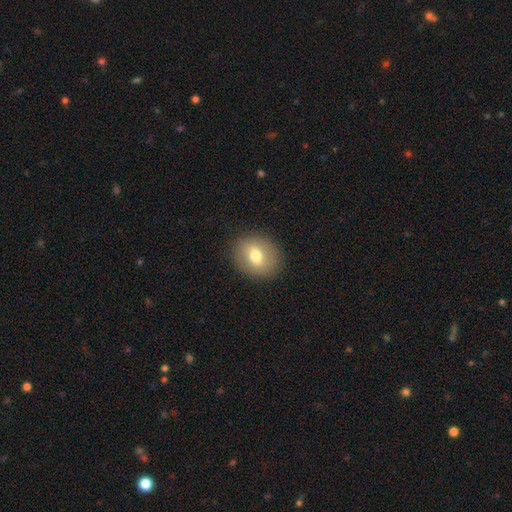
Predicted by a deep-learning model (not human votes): Smooth or featured: smooth — 71% (featured or disk — 21%)
How rounded: round — 59% (in between — 40%)
Merging: none — 88% (minor disturbance — 8%)